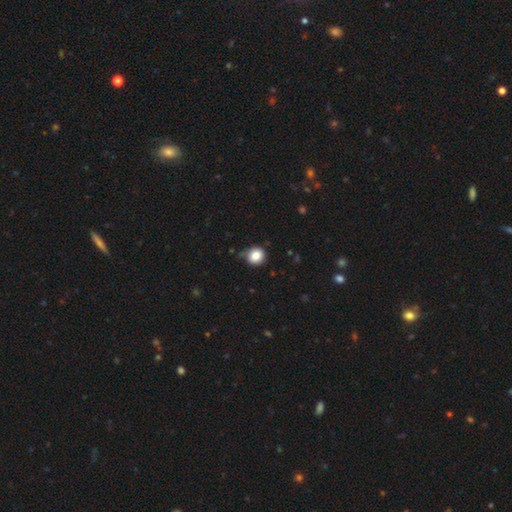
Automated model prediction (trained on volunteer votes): Morphology: type=smooth (84%); roundness=round (87%); merging=none (69%).